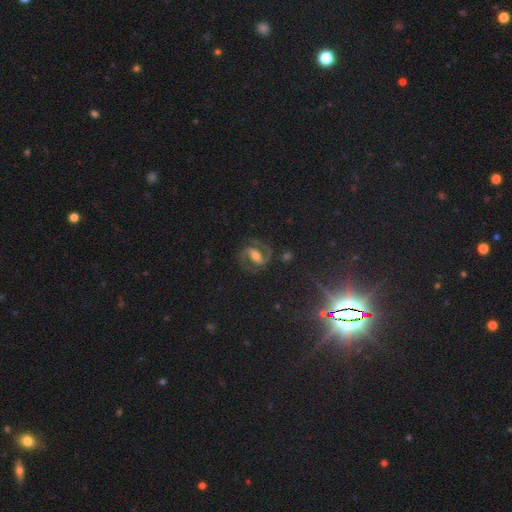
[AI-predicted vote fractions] This is clearly a featured or disk galaxy (80%). It is clearly not viewed edge-on (97%). Bar: possibly strong (49%). Spiral arm pattern: clearly yes (95%). Spiral arm count: clearly 2 (93%). Spiral winding: possibly medium (59%). Central bulge: possibly moderate (59%). Merging: likely none (79%).